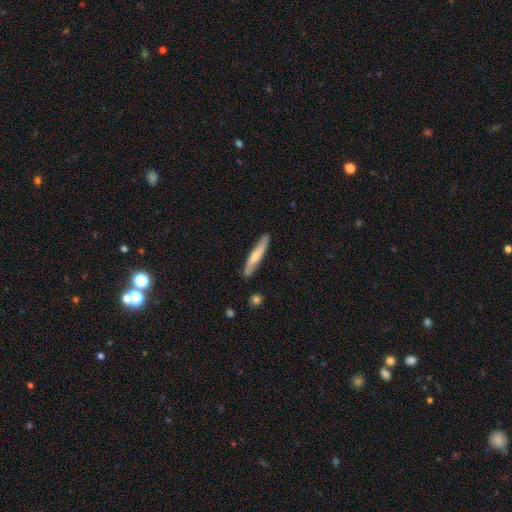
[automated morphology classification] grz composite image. It shows a smooth galaxy with no disk features (63%) that is cigar-shaped (92%). Merging: none (83%).